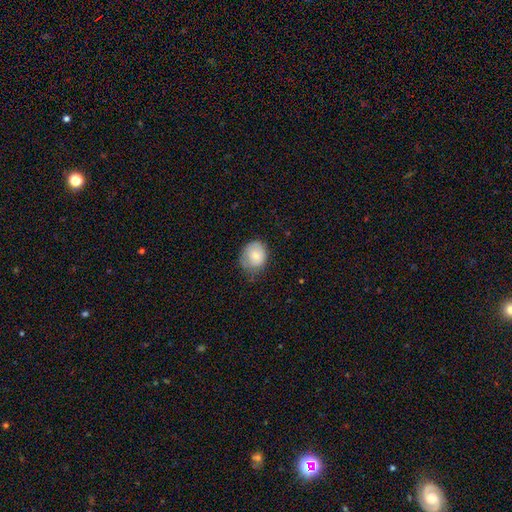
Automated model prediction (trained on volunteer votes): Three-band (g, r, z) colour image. It shows a smooth galaxy with no disk features (76%) that is round (63%). Merging: none (57%).